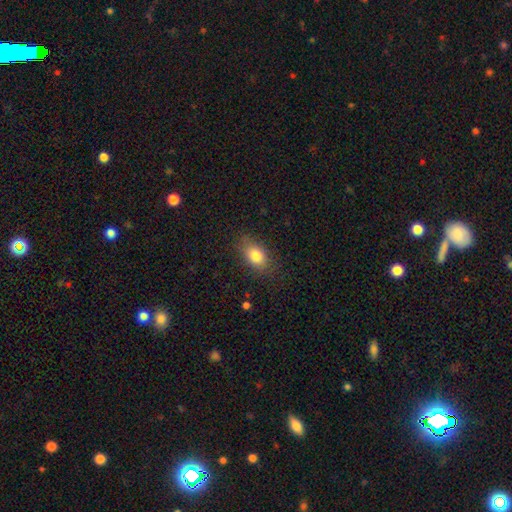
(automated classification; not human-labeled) Q: Smooth or featured?
A: smooth (82%); runner-up: featured or disk (10%)
Q: How rounded?
A: in between (82%); runner-up: round (15%)
Q: Merging?
A: none (80%); runner-up: minor disturbance (14%)